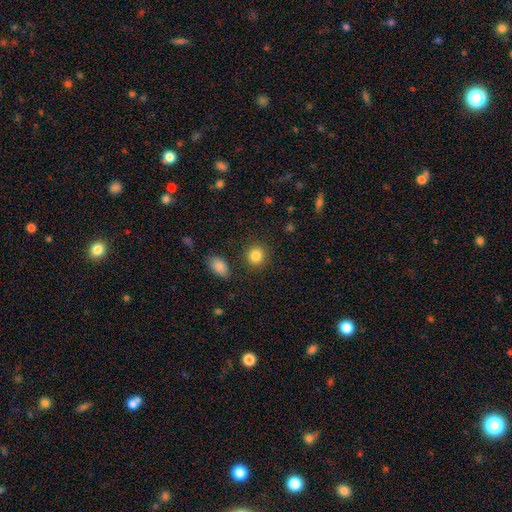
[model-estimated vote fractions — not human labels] A smooth galaxy with no disk features (86%) that is round (84%).

Vote fractions:
- Smooth or featured? smooth: 86% / star or artifact: 9% / featured or disk: 5%
- How rounded? round: 84% / in between: 15% / cigar-shaped: 1%
- Merging? none: 87% / minor disturbance: 7% / major disturbance: 3% / merger: 3%